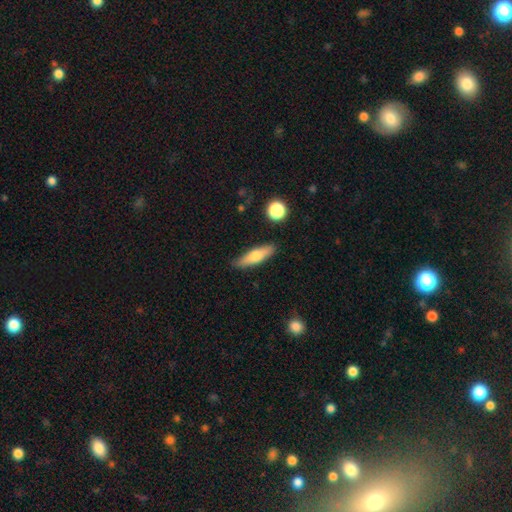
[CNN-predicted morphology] Smooth or featured: smooth — 65% (featured or disk — 28%)
How rounded: cigar-shaped — 63% (in between — 35%)
Merging: none — 85% (minor disturbance — 11%)